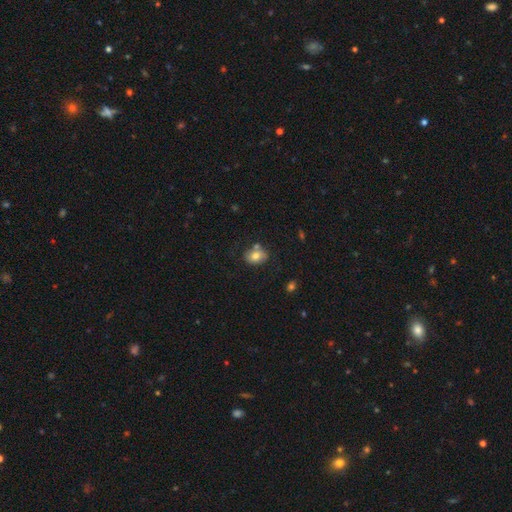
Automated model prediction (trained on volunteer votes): Smooth or featured: smooth — 75% (featured or disk — 15%)
How rounded: in between — 69% (round — 30%)
Merging: none — 65% (minor disturbance — 17%)